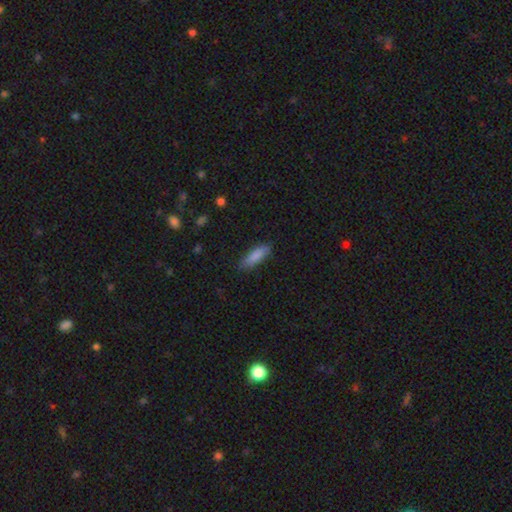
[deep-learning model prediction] A smooth galaxy with no disk features (86%) that is cigar-shaped (52%). Merging: none (83%).